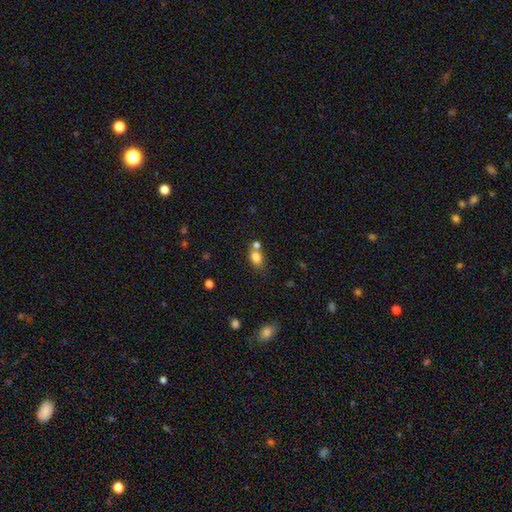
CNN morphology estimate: Smooth or featured?
  - smooth: 81% *
  - star or artifact: 11%
  - featured or disk: 9%
How rounded?
  - in between: 67% *
  - round: 31%
  - cigar-shaped: 2%
Merging?
  - none: 51% *
  - merger: 31%
  - minor disturbance: 13%
  - major disturbance: 5%